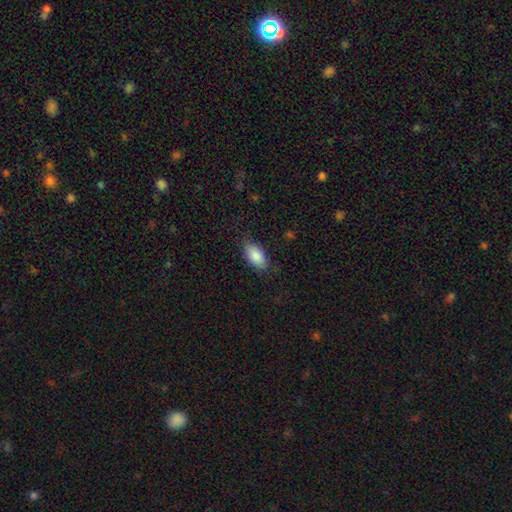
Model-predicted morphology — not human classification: type=smooth (87%); roundness=in between (92%); merging=none (79%).